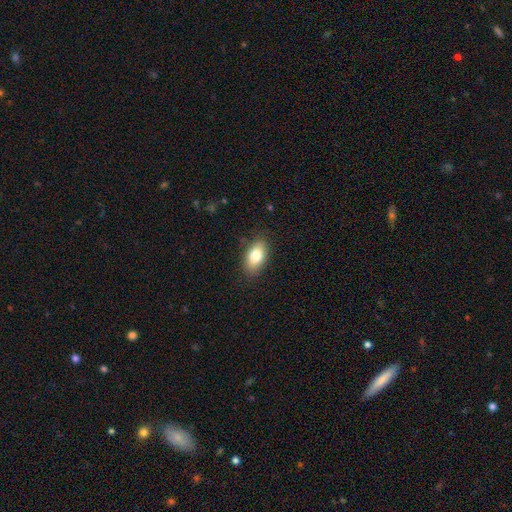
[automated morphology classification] smooth-or-featured: smooth: 81% | featured or disk: 12% | star or artifact: 7%
  how-rounded: in between: 91% | round: 6% | cigar-shaped: 3%
  merging: none: 84% | minor disturbance: 12% | major disturbance: 3% | merger: 1%